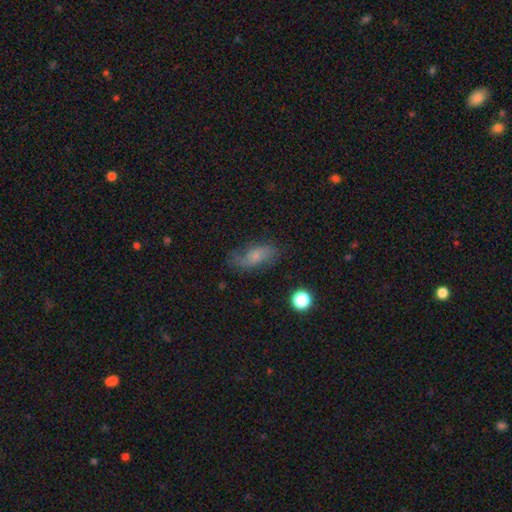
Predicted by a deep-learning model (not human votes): A smooth galaxy with no disk features (50%). Merging: none (64%).